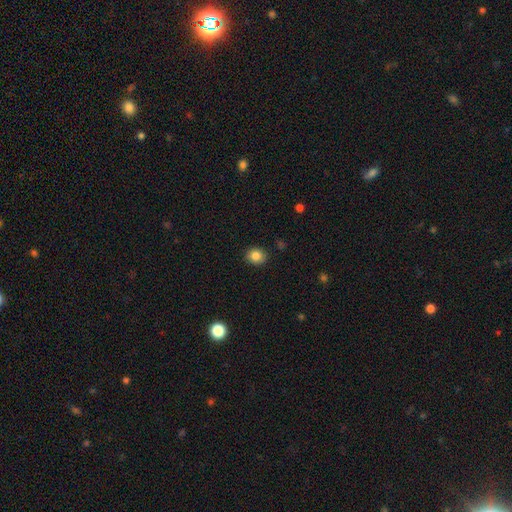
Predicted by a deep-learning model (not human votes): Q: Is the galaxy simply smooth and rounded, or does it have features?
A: smooth — 84%.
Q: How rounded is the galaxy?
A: round — 69%.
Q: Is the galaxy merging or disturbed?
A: none — 88%.